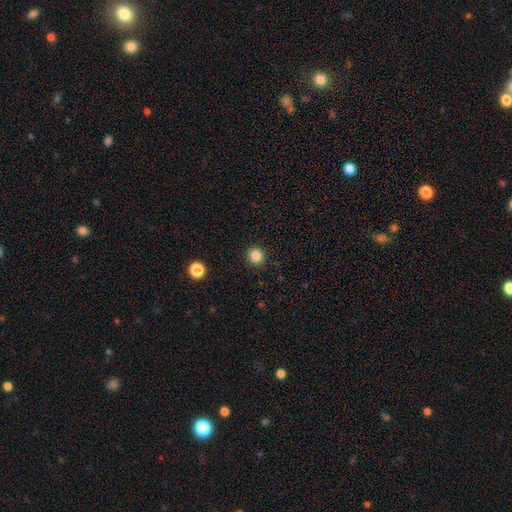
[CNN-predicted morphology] Smooth or featured? smooth (84%)
How rounded? round (93%)
Merging? none (92%)